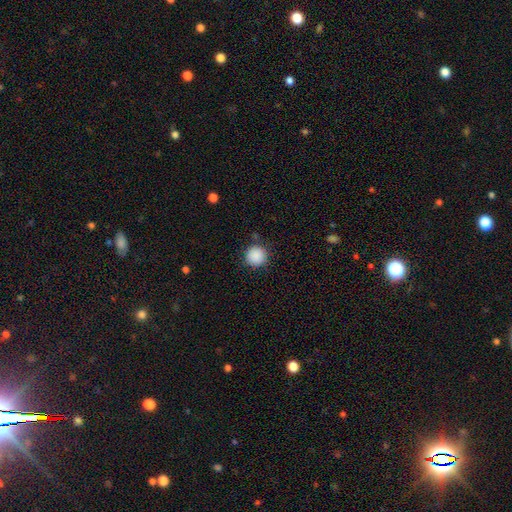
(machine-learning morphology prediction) A smooth galaxy with no disk features (88%) that is round (95%). Merging: none (87%).